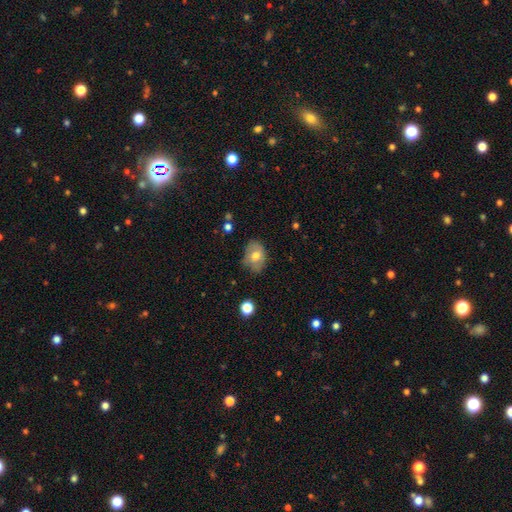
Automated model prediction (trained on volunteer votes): This is likely a smooth galaxy (67%). How rounded: likely in between (69%). Merging: likely none (66%).